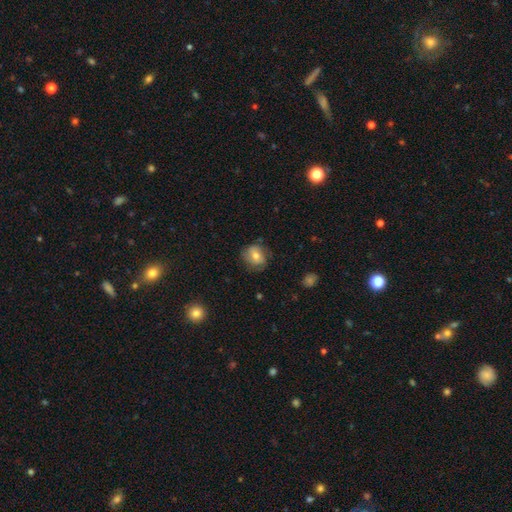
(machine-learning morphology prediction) A smooth galaxy with no disk features (64%) that is round (65%). Merging: none (68%).